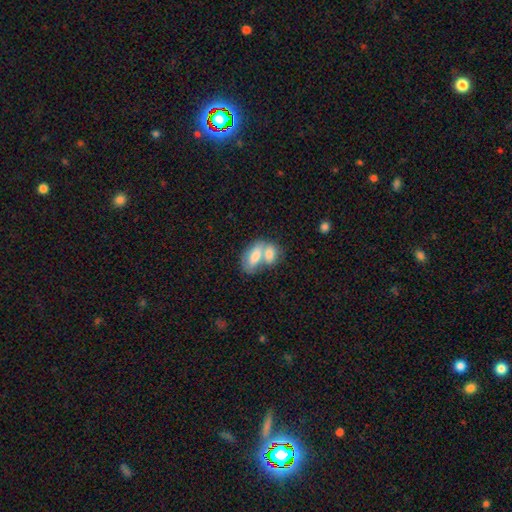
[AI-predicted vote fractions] Overall: smooth (73%). How rounded: in between (89%). Merging: merger (68%).